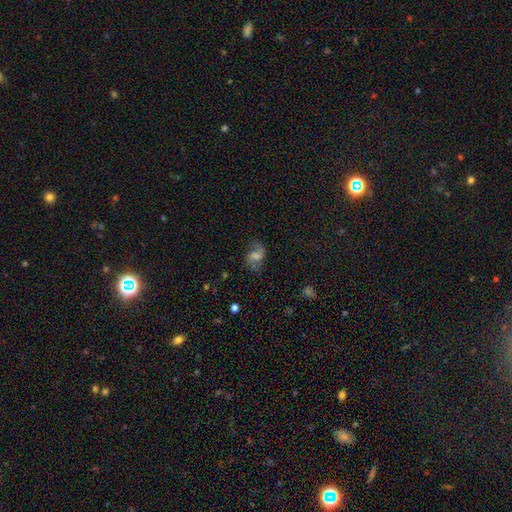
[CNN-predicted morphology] Smooth or featured: featured or disk — 62% (smooth — 24%)
Edge-on disk: no — 96% (yes — 4%)
Bar: weak — 45% (no — 43%)
Spiral arms: yes — 91% (no — 9%)
Spiral winding: loose — 57% (medium — 34%)
Spiral arm count: 2 — 89% (can't tell — 5%)
Bulge size: moderate — 51% (small — 27%)
Merging: none — 74% (minor disturbance — 16%)